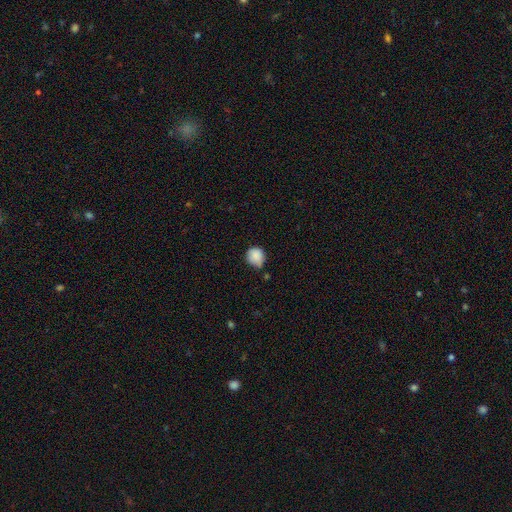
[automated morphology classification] smooth 86%, star or artifact 9%, featured or disk 5%. Down the decision tree: how rounded — round (83%); merging — none (57%).